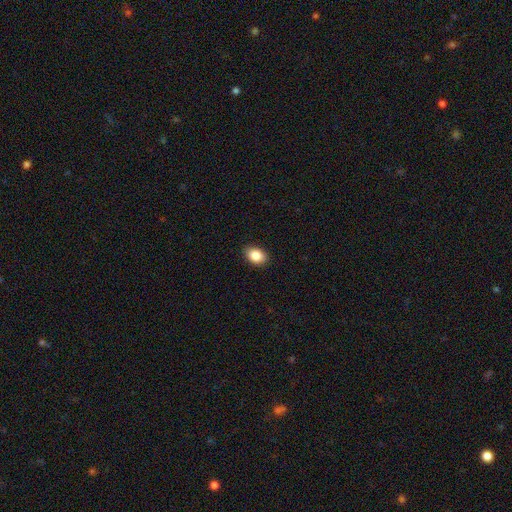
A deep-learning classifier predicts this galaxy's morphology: smooth_or_featured: smooth (p=0.86) [alt: star or artifact p=0.08]
how_rounded: in between (p=0.77) [alt: round p=0.22]
merging: none (p=0.89) [alt: minor disturbance p=0.08]